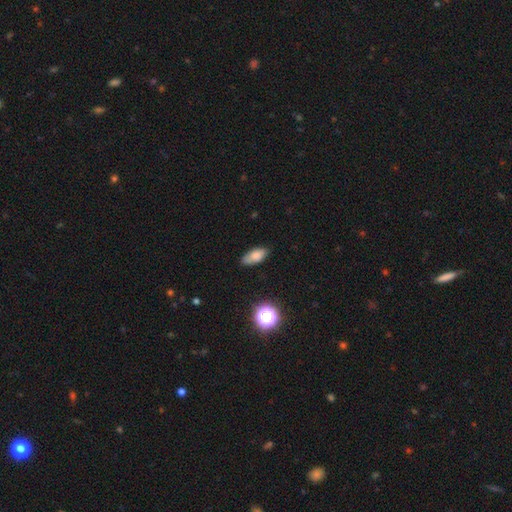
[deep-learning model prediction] A smooth galaxy with no disk features (80%) that is in between round and cigar-shaped (85%). Merging: none (73%).